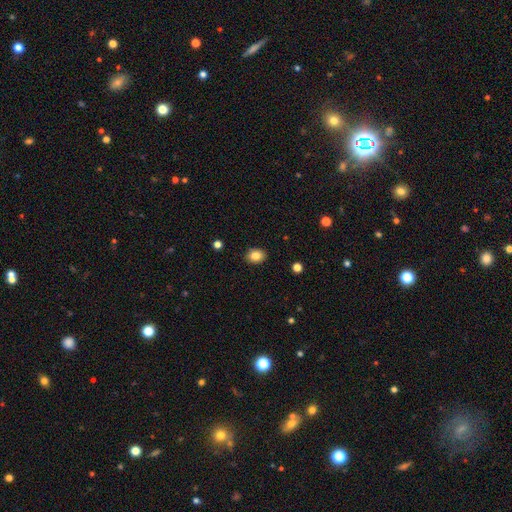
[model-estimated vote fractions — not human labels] smooth-or-featured: smooth: 84% | star or artifact: 9% | featured or disk: 7%
  how-rounded: in between: 58% | round: 41% | cigar-shaped: 1%
  merging: none: 88% | minor disturbance: 8% | major disturbance: 2% | merger: 1%